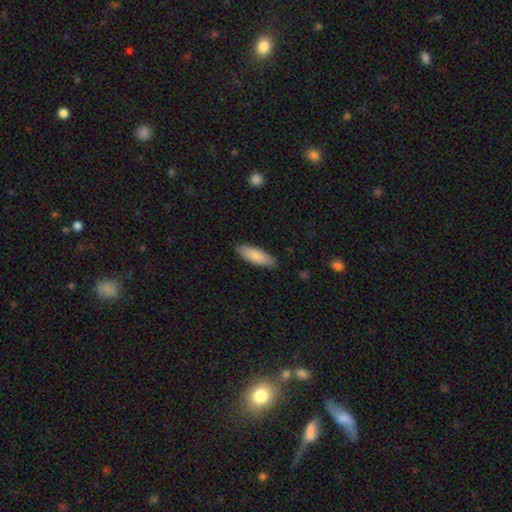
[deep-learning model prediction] Smooth or featured?
  - smooth: 84% *
  - featured or disk: 11%
  - star or artifact: 5%
How rounded?
  - in between: 55% *
  - cigar-shaped: 44%
  - round: 1%
Merging?
  - none: 87% *
  - minor disturbance: 10%
  - major disturbance: 2%
  - merger: 1%